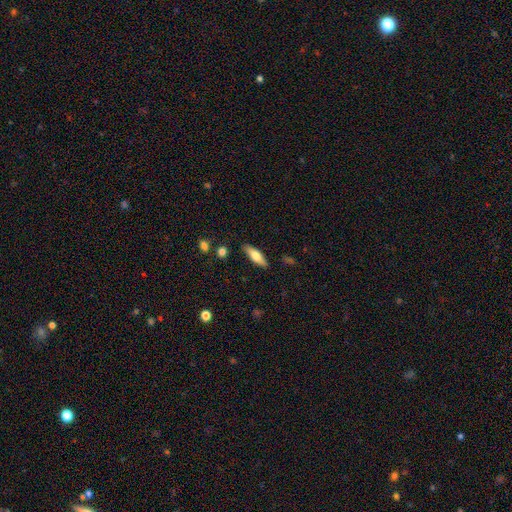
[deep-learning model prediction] This appears to be a smooth galaxy with no disk features (66%) that is in between round and cigar-shaped (54%). Merging: none (85%).